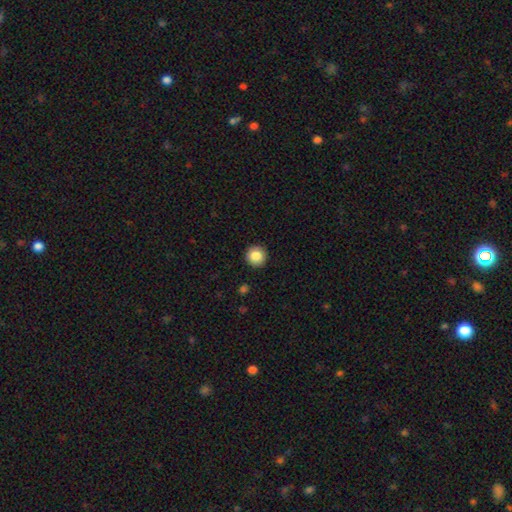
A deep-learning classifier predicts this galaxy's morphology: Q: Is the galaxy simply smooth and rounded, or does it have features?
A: smooth — 86%.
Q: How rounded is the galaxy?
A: round — 95%.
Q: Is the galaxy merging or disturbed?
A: none — 92%.